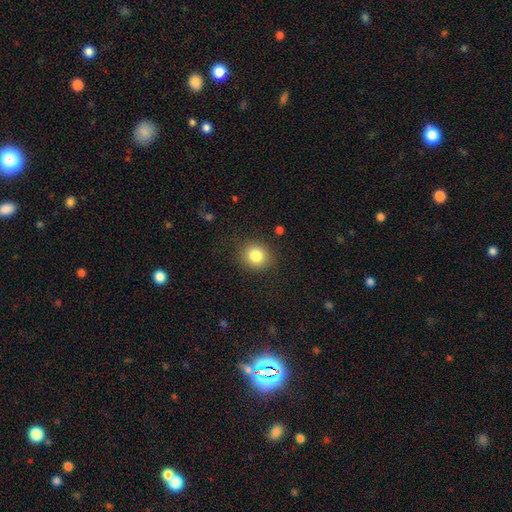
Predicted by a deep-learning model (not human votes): Smooth or featured? Predicted: smooth (p=0.83). How rounded? Predicted: round (p=0.81). Merging? Predicted: none (p=0.85).